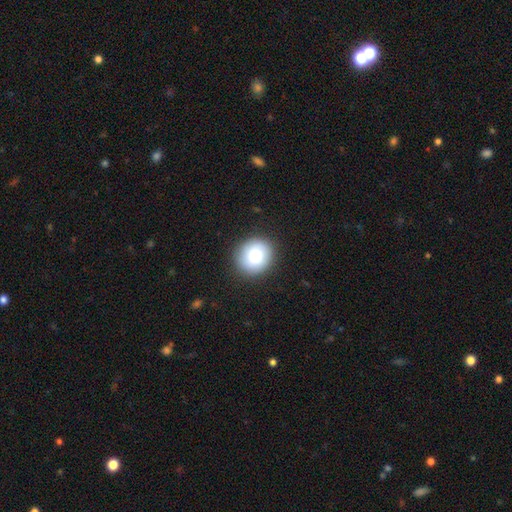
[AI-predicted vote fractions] Morphology: type=smooth (81%); roundness=round (84%); merging=none (88%).